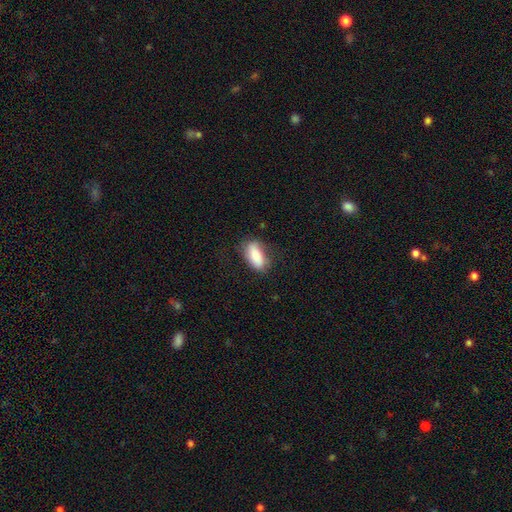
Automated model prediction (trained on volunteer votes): This is clearly a smooth galaxy (81%). How rounded: clearly in between (84%). Merging: likely none (71%).